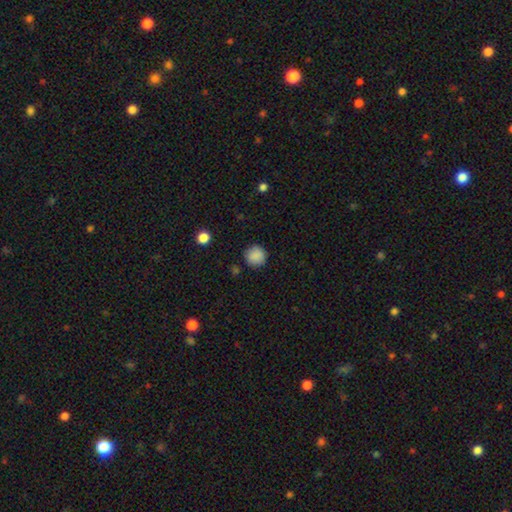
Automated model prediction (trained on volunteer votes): Smooth or featured: smooth — 88% (star or artifact — 9%)
How rounded: round — 94% (in between — 5%)
Merging: none — 87% (minor disturbance — 9%)